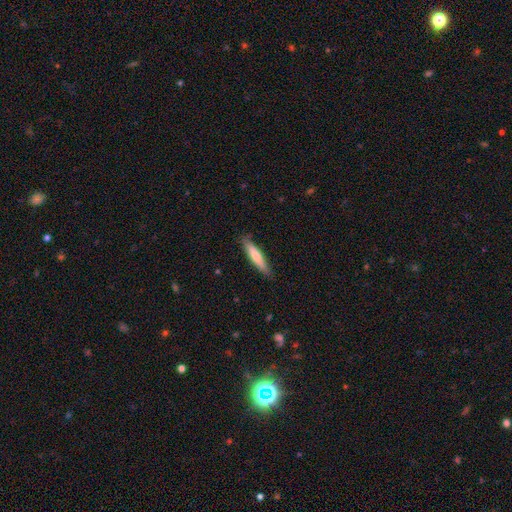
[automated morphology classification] smooth_or_featured: smooth (p=0.65) [alt: featured or disk p=0.30]
how_rounded: cigar-shaped (p=0.85) [alt: in between p=0.14]
merging: none (p=0.85) [alt: minor disturbance p=0.12]